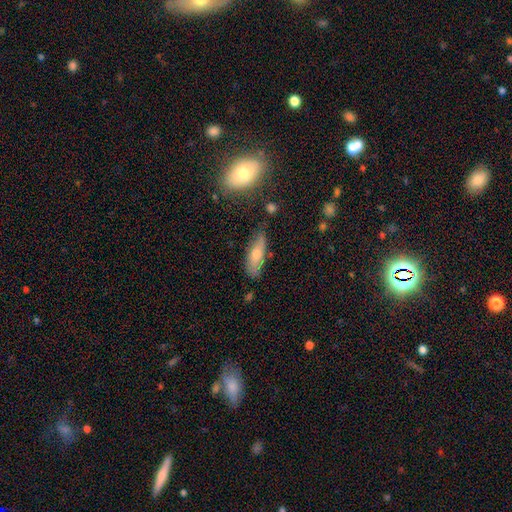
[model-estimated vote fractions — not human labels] Smooth or featured? Predicted: smooth (p=0.62). How rounded? Predicted: in between (p=0.57). Merging? Predicted: none (p=0.70).